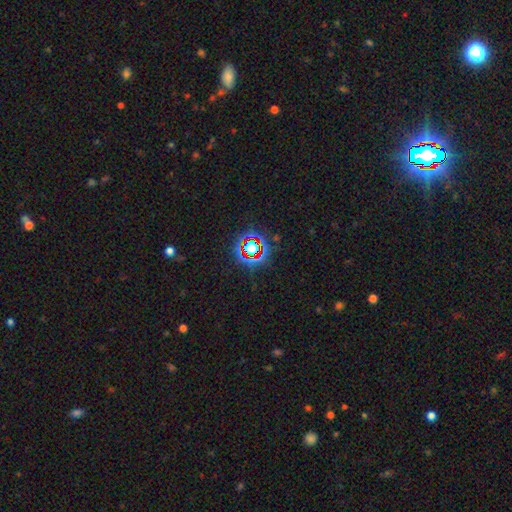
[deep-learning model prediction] smooth_or_featured: star or artifact (p=0.75) [alt: smooth p=0.16]